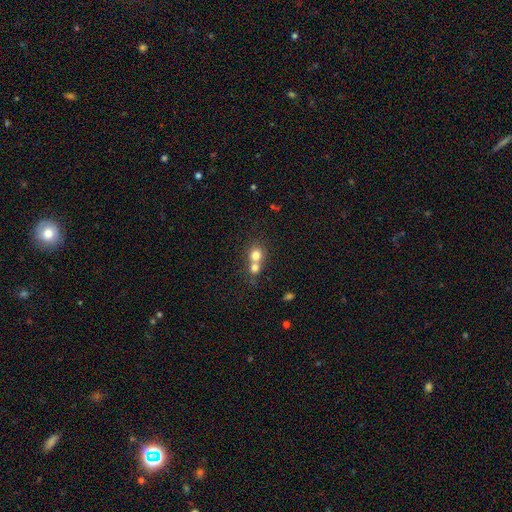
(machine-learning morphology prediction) Q: Smooth or featured?
A: smooth (75%); runner-up: featured or disk (14%)
Q: How rounded?
A: round (79%); runner-up: in between (20%)
Q: Merging?
A: merger (63%); runner-up: none (30%)